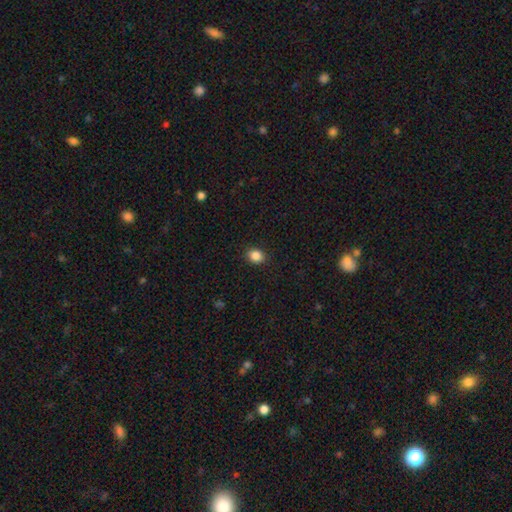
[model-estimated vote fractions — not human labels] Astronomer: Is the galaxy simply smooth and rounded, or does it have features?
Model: smooth — 87%.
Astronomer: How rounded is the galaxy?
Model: round — 56% (runner-up: in between, 43%).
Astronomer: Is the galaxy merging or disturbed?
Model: none — 90%.